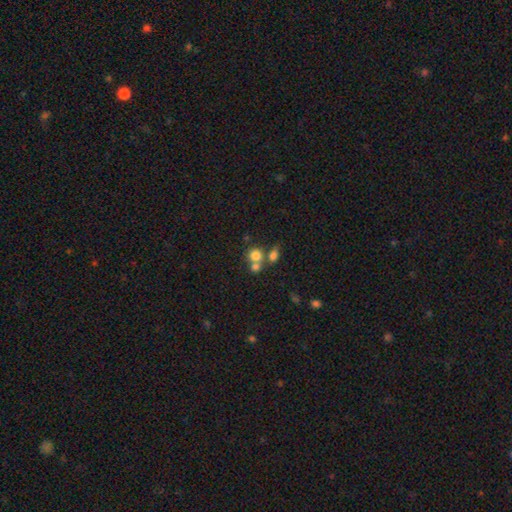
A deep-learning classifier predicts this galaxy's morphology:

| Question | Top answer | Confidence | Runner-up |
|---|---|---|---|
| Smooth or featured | smooth | 76% | star or artifact (13%) |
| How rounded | round | 80% | in between (18%) |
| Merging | none | 44% | merger (43%) |